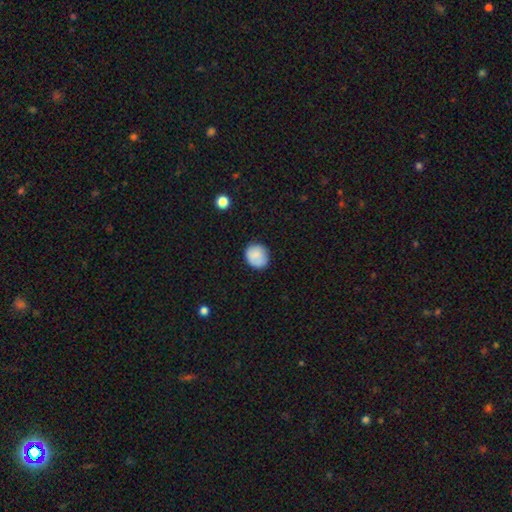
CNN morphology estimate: This appears to be a smooth galaxy with no disk features (83%) that is round (79%). Merging: none (83%).